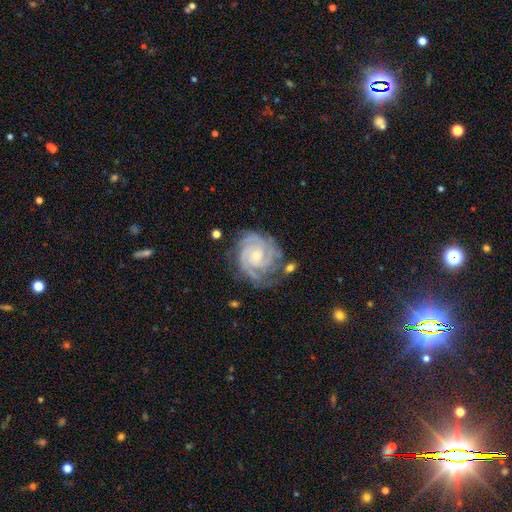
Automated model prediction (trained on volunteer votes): Q: Smooth or featured?
A: featured or disk (91%); runner-up: star or artifact (5%)
Q: Edge-on disk?
A: no (98%); runner-up: yes (2%)
Q: Bar?
A: no (65%); runner-up: weak (27%)
Q: Spiral arms?
A: yes (98%); runner-up: no (2%)
Q: Spiral winding?
A: tight (78%); runner-up: medium (19%)
Q: Spiral arm count?
A: 3 (39%); runner-up: 2 (24%)
Q: Bulge size?
A: small (63%); runner-up: moderate (34%)
Q: Merging?
A: none (70%); runner-up: minor disturbance (20%)